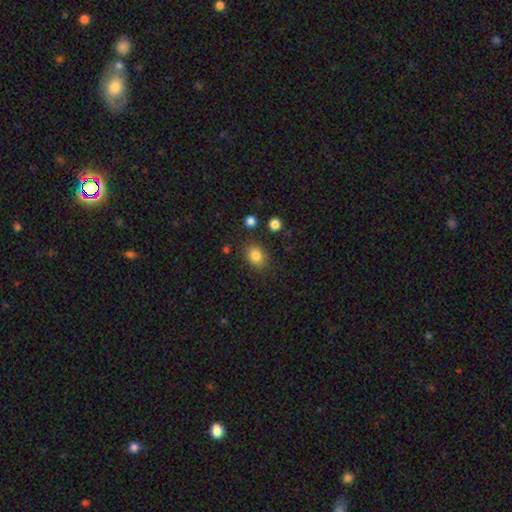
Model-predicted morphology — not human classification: type=smooth (84%); roundness=in between (53%); merging=none (82%).